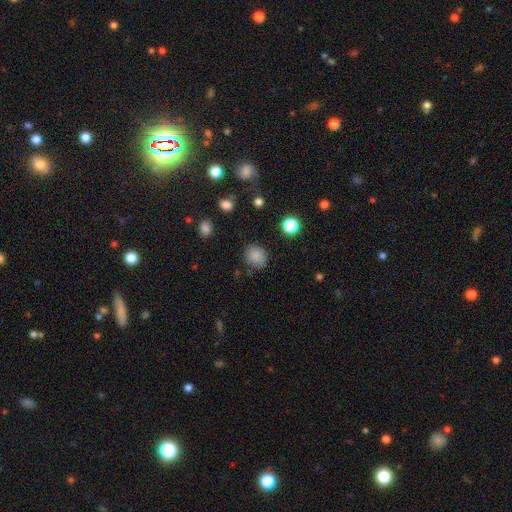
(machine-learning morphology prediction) smooth-or-featured: smooth: 84% | star or artifact: 11% | featured or disk: 5%
  how-rounded: round: 77% | in between: 22% | cigar-shaped: 1%
  merging: none: 80% | minor disturbance: 14% | major disturbance: 4% | merger: 2%